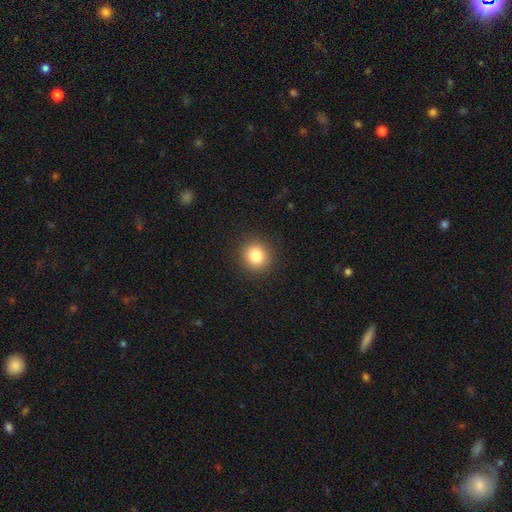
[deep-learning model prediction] Smooth or featured? smooth (83%)
How rounded? round (91%)
Merging? none (91%)